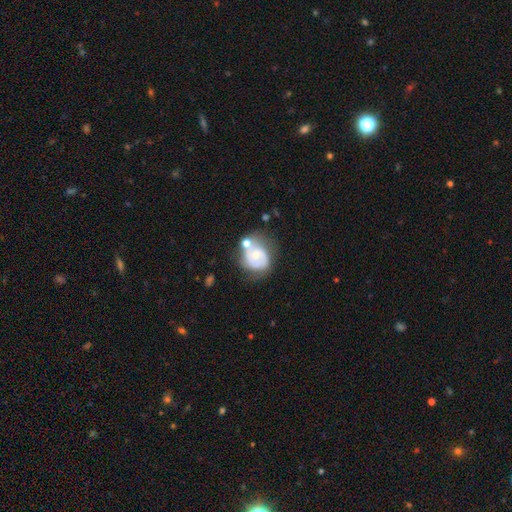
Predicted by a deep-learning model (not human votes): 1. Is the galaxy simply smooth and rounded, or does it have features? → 60% featured or disk, 33% smooth, 7% star or artifact.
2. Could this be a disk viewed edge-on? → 98% no, 2% yes.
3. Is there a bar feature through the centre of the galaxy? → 72% no, 24% weak, 4% strong.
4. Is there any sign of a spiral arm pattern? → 68% yes, 32% no.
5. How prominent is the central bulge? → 48% small, 44% moderate, 4% none, 2% large, 1% dominant.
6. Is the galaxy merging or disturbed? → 39% none, 25% minor disturbance, 22% merger, 15% major disturbance.